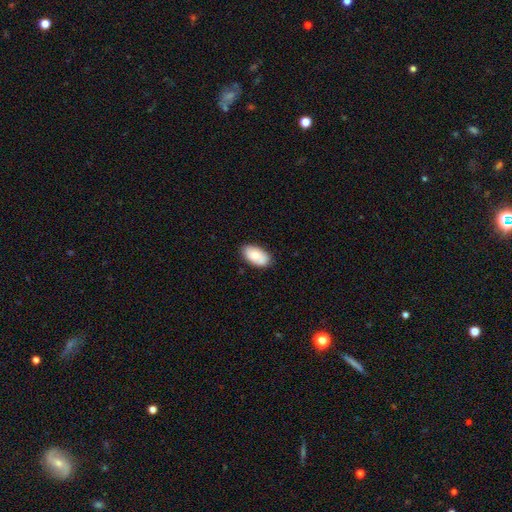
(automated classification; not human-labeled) This is likely a smooth galaxy (76%). How rounded: clearly in between (94%). Merging: clearly none (82%).